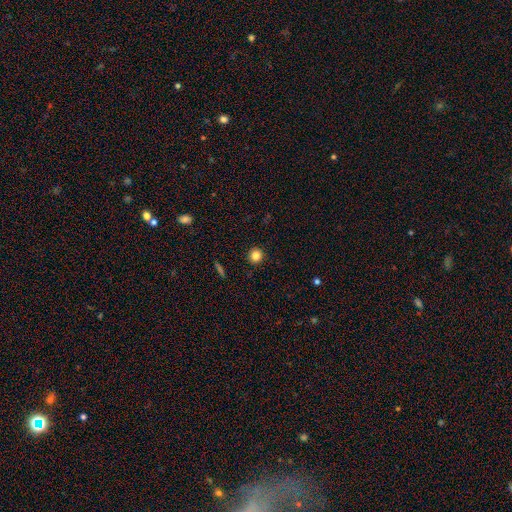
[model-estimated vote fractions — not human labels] Q: Smooth or featured?
A: smooth (83%); runner-up: star or artifact (11%)
Q: How rounded?
A: round (94%); runner-up: in between (5%)
Q: Merging?
A: none (92%); runner-up: minor disturbance (5%)